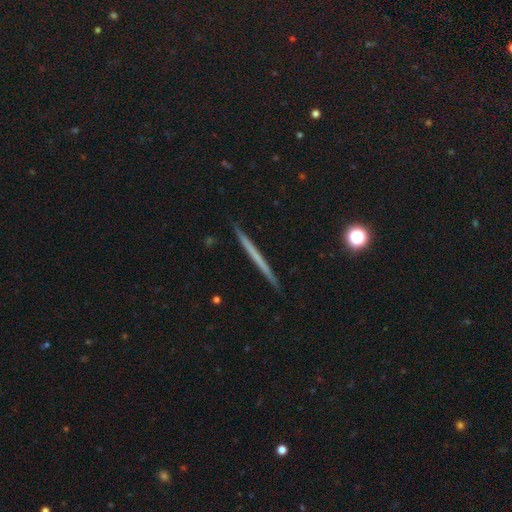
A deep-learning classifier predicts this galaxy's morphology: smooth-or-featured: featured or disk: 48% | smooth: 46% | star or artifact: 6%
  merging: none: 92% | minor disturbance: 6% | major disturbance: 1% | merger: 1%